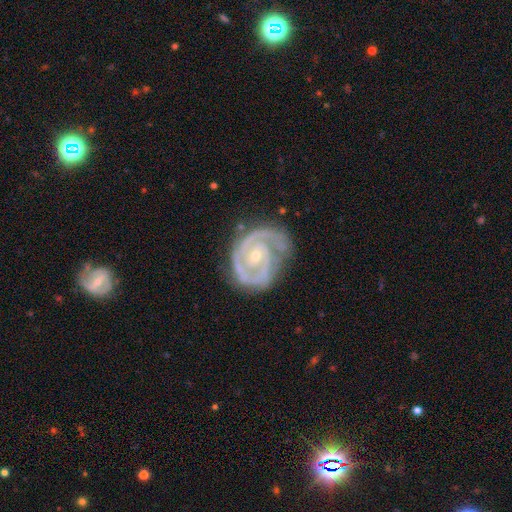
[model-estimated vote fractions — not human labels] Smooth or featured? featured or disk (91%)
Edge-on disk? no (98%)
Bar? no (69%)
Spiral arms? yes (97%)
Spiral winding? tight (68%)
Spiral arm count? 2 (67%)
Bulge size? small (71%)
Merging? none (66%)